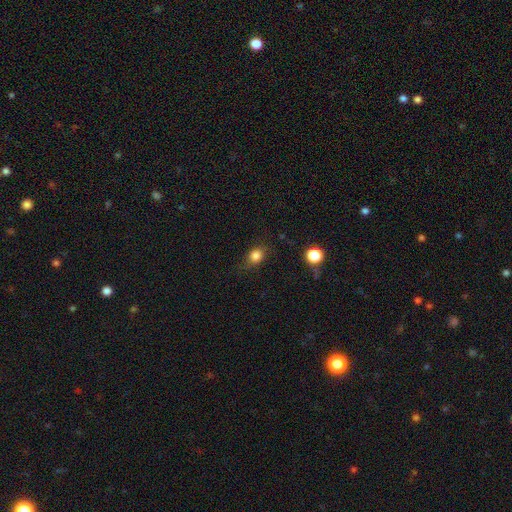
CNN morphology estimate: Smooth or featured: smooth — 81% (star or artifact — 12%)
How rounded: round — 54% (in between — 45%)
Merging: none — 73% (minor disturbance — 20%)